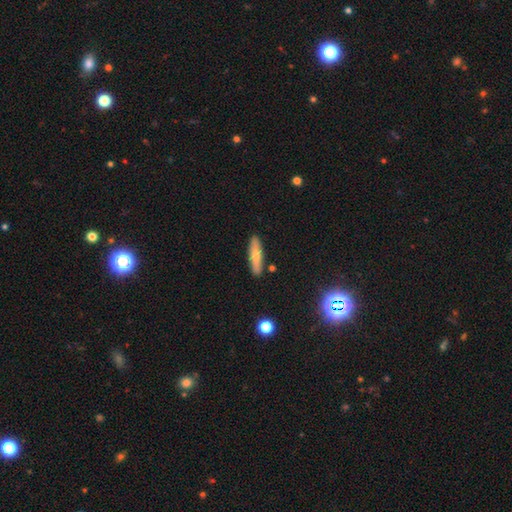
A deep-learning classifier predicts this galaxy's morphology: This appears to be a smooth galaxy with no disk features (67%) that is cigar-shaped (75%). Merging: none (87%).